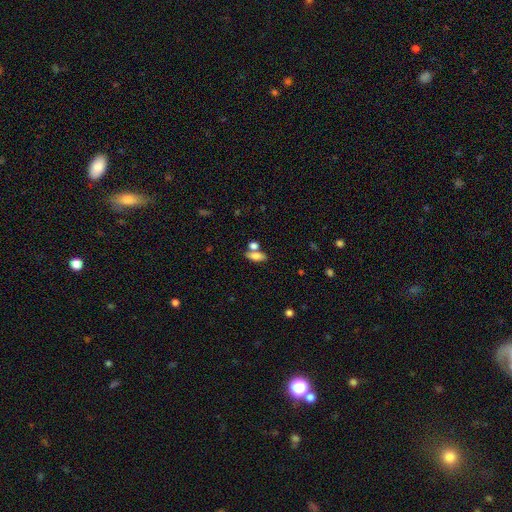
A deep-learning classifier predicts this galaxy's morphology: Smooth or featured?
  - smooth: 77% *
  - featured or disk: 15%
  - star or artifact: 9%
How rounded?
  - in between: 77% *
  - cigar-shaped: 17%
  - round: 6%
Merging?
  - none: 53% *
  - merger: 31%
  - minor disturbance: 11%
  - major disturbance: 4%